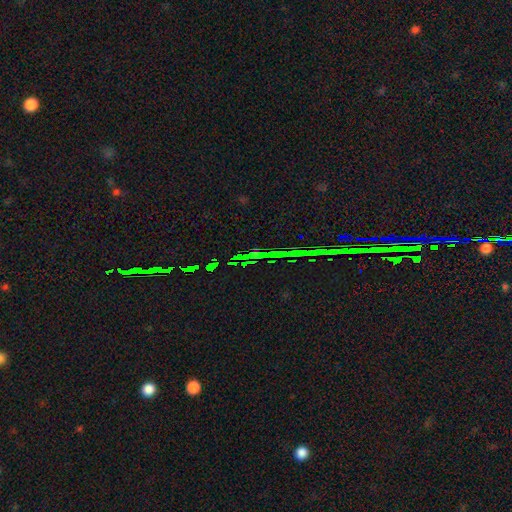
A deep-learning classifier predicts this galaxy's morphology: This is likely a star or artifact rather than a galaxy (79%).